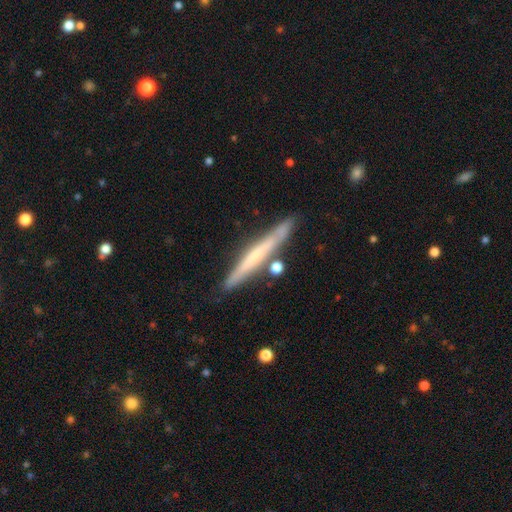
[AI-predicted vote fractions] Overall: featured or disk (51%; smooth 43%). Edge-on disk: yes (94%). Merging: none (79%).